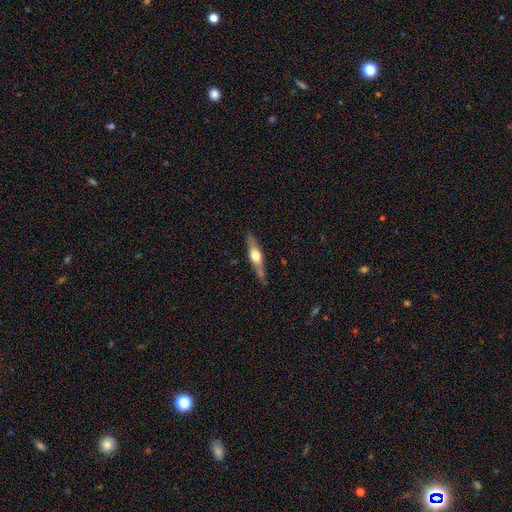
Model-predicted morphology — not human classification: A featured or disk galaxy (60%) viewed edge-on (93%) with a rounded central bulge (91%).

Vote fractions:
- Smooth or featured? featured or disk: 60% / smooth: 34% / star or artifact: 5%
- Edge-on disk? yes: 93% / no: 7%
- Edge-on bulge? rounded: 91% / boxy: 6% / none: 3%
- Merging? none: 81% / minor disturbance: 14% / major disturbance: 3% / merger: 2%